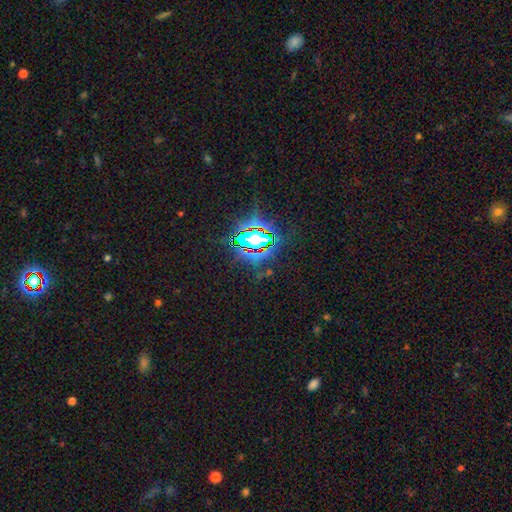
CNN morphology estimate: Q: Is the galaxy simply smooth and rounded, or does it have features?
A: star or artifact — 82%.